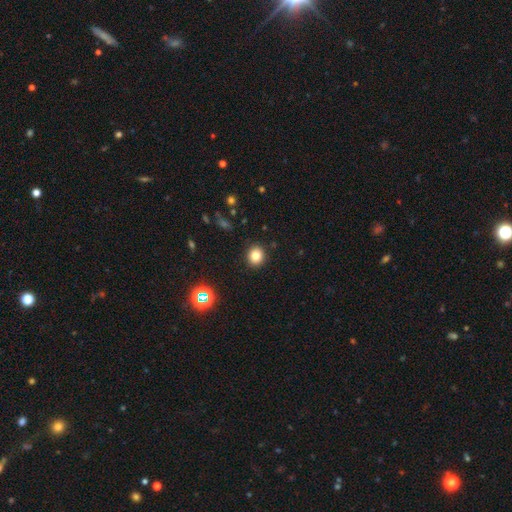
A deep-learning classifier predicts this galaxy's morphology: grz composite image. It shows a smooth galaxy with no disk features (80%) that is round (80%). Merging: none (91%).